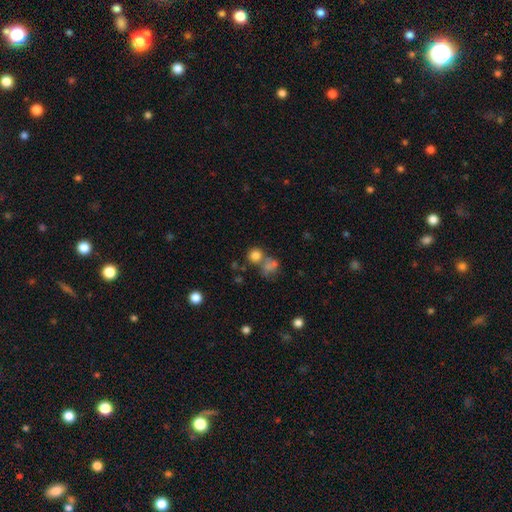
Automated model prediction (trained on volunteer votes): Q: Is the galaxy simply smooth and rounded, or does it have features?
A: smooth — 77%.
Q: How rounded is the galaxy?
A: round — 86%.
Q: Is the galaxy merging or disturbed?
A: none — 54%.